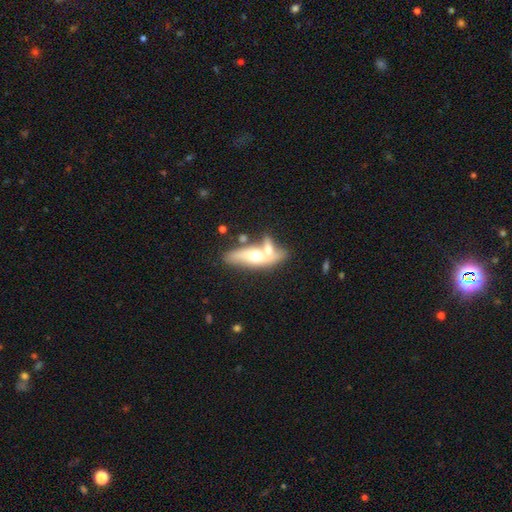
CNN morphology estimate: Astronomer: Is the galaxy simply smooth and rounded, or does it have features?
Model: featured or disk — 49% (runner-up: smooth, 44%).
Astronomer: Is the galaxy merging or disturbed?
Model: merger — 47% (runner-up: none, 34%).